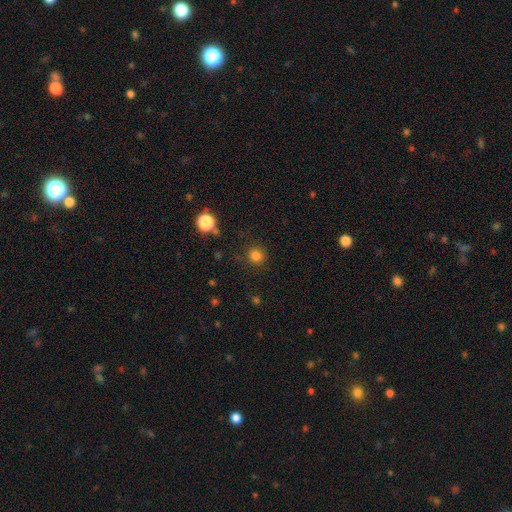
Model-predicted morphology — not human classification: Smooth or featured? smooth (81%)
How rounded? round (91%)
Merging? none (86%)